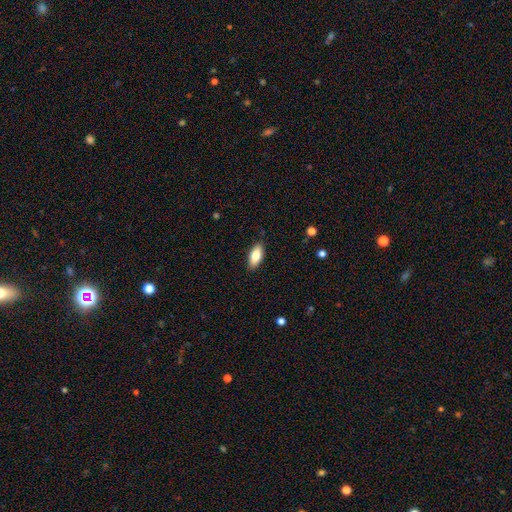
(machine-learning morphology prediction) Smooth or featured?
  - smooth: 81% *
  - featured or disk: 13%
  - star or artifact: 6%
How rounded?
  - in between: 87% *
  - cigar-shaped: 11%
  - round: 2%
Merging?
  - none: 87% *
  - minor disturbance: 10%
  - major disturbance: 2%
  - merger: 1%